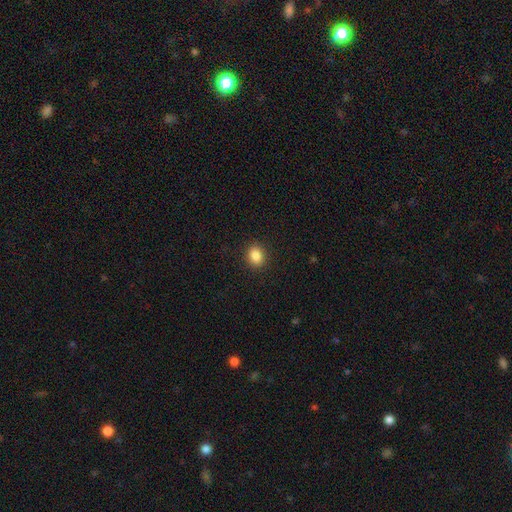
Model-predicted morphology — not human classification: Smooth or featured?
  - smooth: 86% *
  - star or artifact: 10%
  - featured or disk: 4%
How rounded?
  - round: 59% *
  - in between: 40%
  - cigar-shaped: 1%
Merging?
  - none: 91% *
  - minor disturbance: 6%
  - major disturbance: 2%
  - merger: 1%